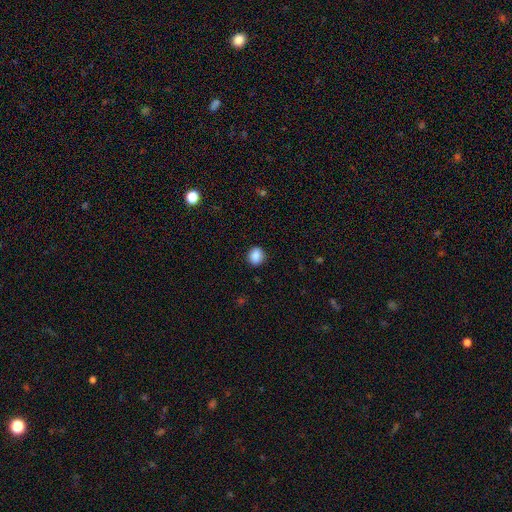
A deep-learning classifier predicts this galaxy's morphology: smooth_or_featured: smooth (p=0.89) [alt: star or artifact p=0.08]
how_rounded: round (p=0.69) [alt: in between p=0.30]
merging: none (p=0.89) [alt: minor disturbance p=0.08]